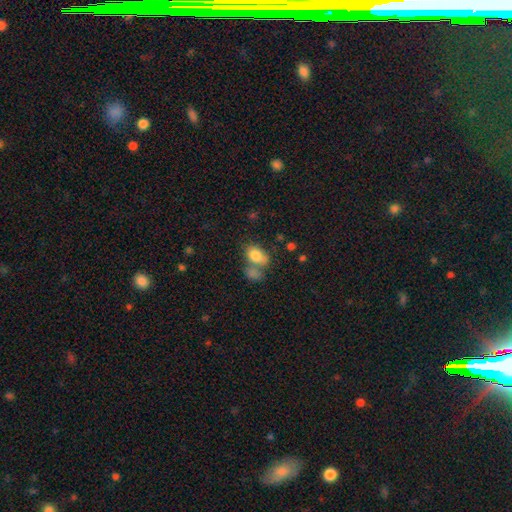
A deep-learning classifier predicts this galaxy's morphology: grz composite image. It shows a smooth galaxy with no disk features (80%) that is in between round and cigar-shaped (77%). Merging: merger (41%).